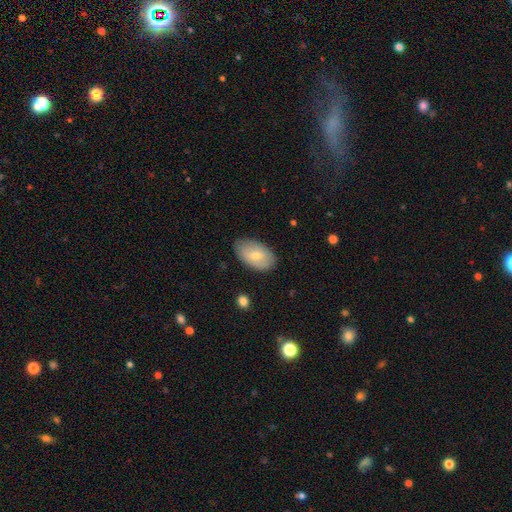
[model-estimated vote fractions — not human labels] smooth_or_featured: smooth (p=0.68) [alt: featured or disk p=0.26]
how_rounded: in between (p=0.93) [alt: round p=0.05]
merging: none (p=0.81) [alt: minor disturbance p=0.15]